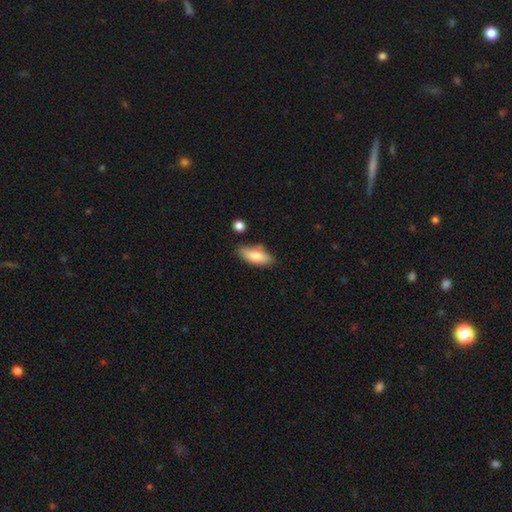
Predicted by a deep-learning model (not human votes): This appears to be a smooth galaxy with no disk features (74%) that is in between round and cigar-shaped (75%). Merging: none (74%).